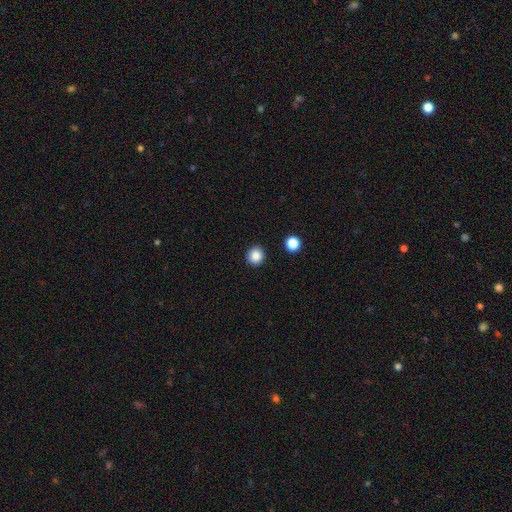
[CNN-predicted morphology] The model was most divided on "smooth or featured": smooth: 86%, star or artifact: 10%, featured or disk: 4%. More confident: how rounded — round (92%); merging — none (92%).